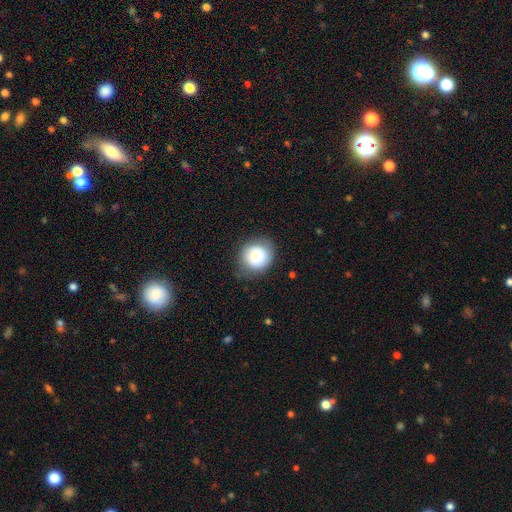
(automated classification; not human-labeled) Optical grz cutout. It shows a smooth galaxy with no disk features (74%) that is round (84%). Merging: none (75%).